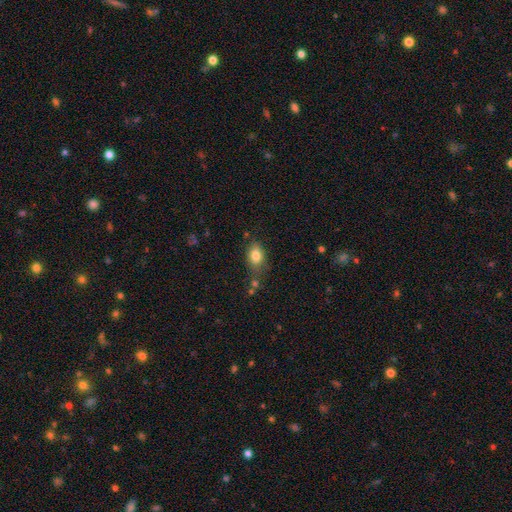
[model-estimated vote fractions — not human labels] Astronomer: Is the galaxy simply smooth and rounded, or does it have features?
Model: smooth — 82%.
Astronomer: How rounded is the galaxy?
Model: in between — 81%.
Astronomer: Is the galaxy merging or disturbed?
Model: none — 67%.